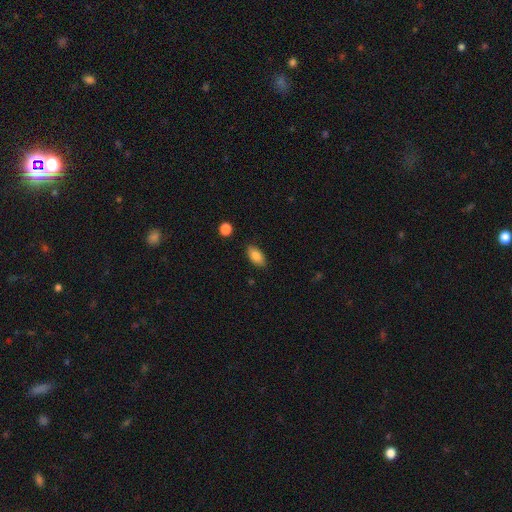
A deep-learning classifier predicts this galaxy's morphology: smooth-or-featured: smooth: 84% | featured or disk: 8% | star or artifact: 8%
  how-rounded: in between: 90% | cigar-shaped: 6% | round: 4%
  merging: none: 86% | minor disturbance: 11% | major disturbance: 2% | merger: 2%